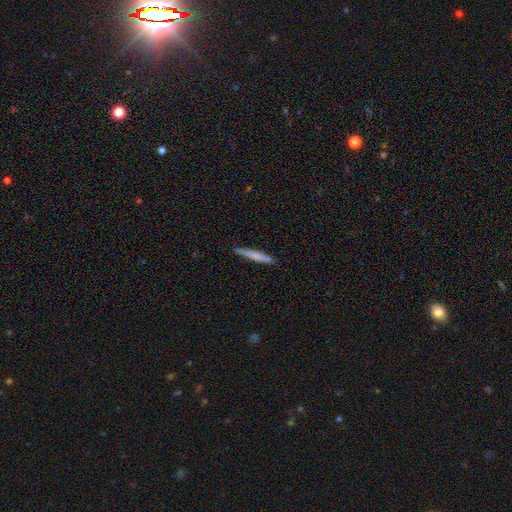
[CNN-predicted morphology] A smooth galaxy with no disk features (69%) that is cigar-shaped (96%). Merging: none (89%).